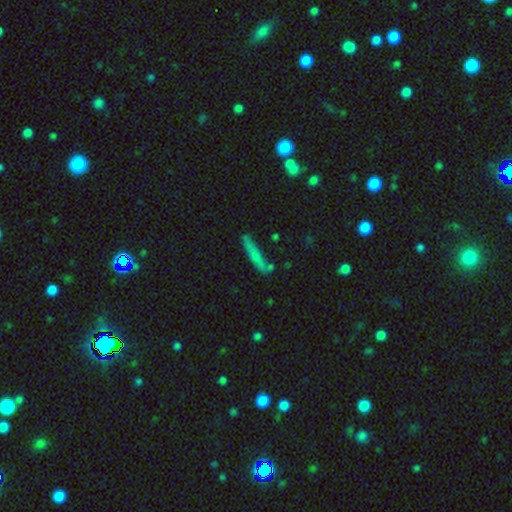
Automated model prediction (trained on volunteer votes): Morphology: type=smooth (64%); roundness=cigar-shaped (88%); merging=none (68%).